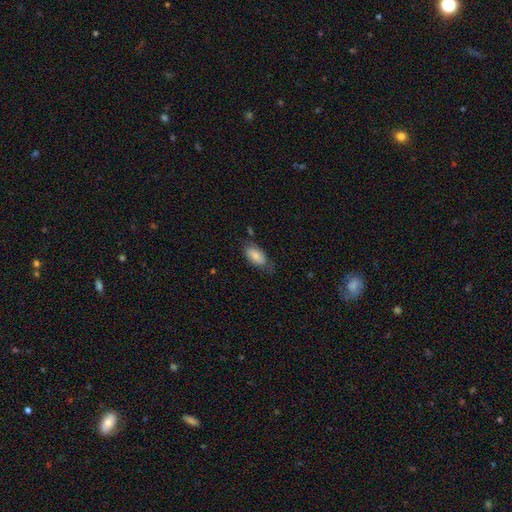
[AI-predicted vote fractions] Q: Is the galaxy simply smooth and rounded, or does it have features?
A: smooth — 80%.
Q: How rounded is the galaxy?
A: in between — 93%.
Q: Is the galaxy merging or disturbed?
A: none — 61%.